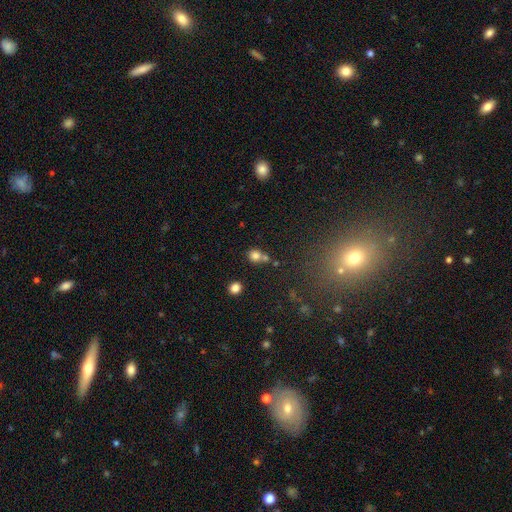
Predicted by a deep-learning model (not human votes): Overall: smooth (78%). How rounded: round (79%). Merging: none (53%; merger 32%).